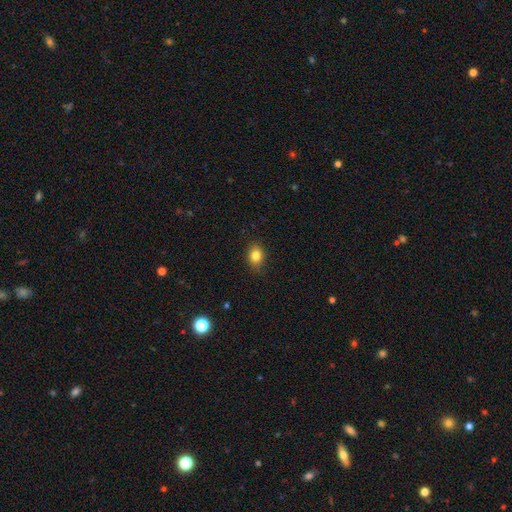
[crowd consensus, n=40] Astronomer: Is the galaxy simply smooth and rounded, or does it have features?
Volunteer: smooth — 82%.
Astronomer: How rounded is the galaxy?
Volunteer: round — 55% (runner-up: in between, 45%).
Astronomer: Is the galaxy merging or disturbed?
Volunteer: none — 94%.